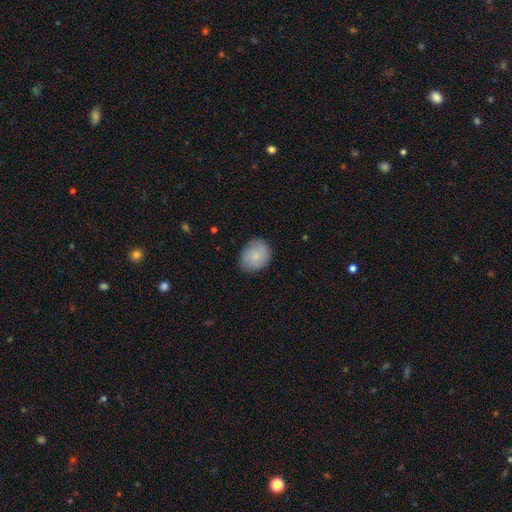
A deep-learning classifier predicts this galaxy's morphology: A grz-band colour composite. It shows a smooth galaxy with no disk features (80%) that is round (55%). Merging: none (80%).